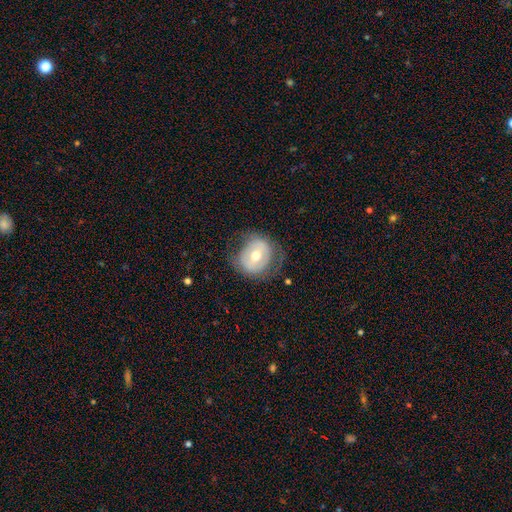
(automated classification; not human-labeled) Smooth or featured?
  - featured or disk: 50% *
  - smooth: 43%
  - star or artifact: 7%
Merging?
  - none: 65% *
  - minor disturbance: 20%
  - major disturbance: 14%
  - merger: 1%